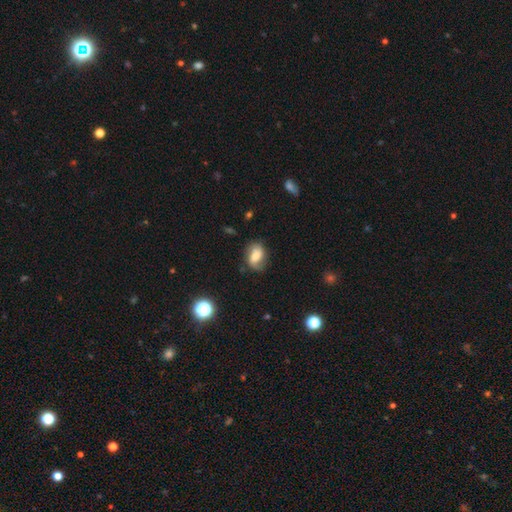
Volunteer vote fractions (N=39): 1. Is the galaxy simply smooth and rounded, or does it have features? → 56% featured or disk, 38% smooth, 5% star or artifact.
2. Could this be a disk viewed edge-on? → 95% no, 5% yes.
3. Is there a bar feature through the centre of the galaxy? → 38% weak (tied), 38% no (tied), 24% strong.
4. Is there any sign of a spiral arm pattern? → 81% yes, 19% no.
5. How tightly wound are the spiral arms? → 47% loose, 35% medium, 18% tight.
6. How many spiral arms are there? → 88% 2, 6% 1, 6% can't tell, 0% 3, 0% 4, 0% more than 4.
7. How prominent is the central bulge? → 57% moderate, 19% large, 19% small, 5% dominant, 0% none.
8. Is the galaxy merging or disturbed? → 68% none, 27% minor disturbance, 5% major disturbance, 0% merger.